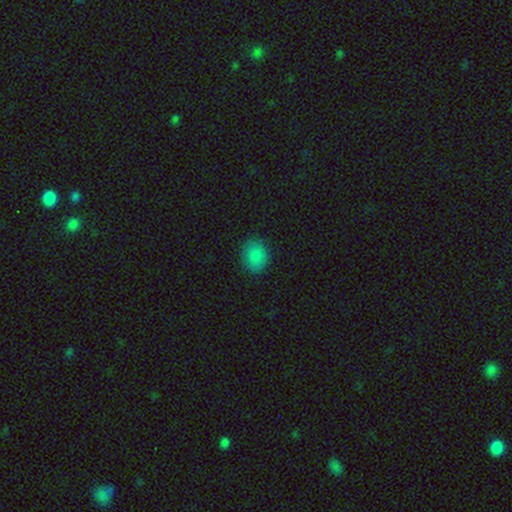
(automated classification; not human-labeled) A smooth galaxy with no disk features (85%) that is round (55%). Merging: none (84%).